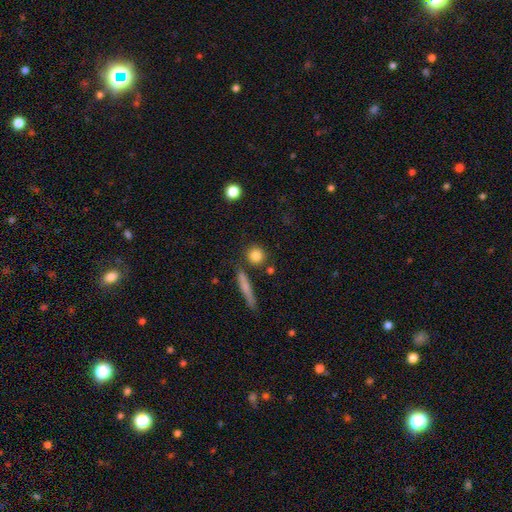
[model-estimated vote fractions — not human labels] This appears to be a smooth galaxy with no disk features (83%) that is round (85%). Merging: none (81%).